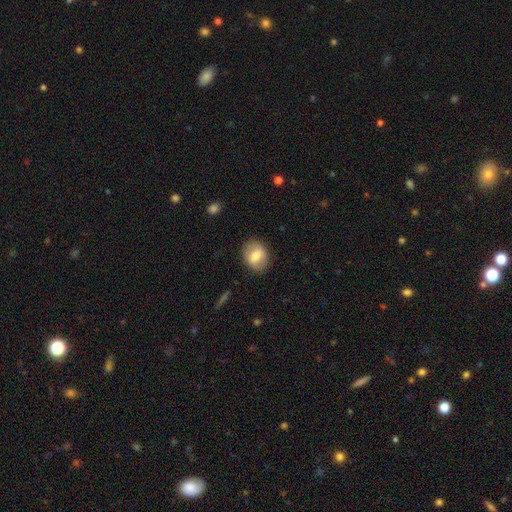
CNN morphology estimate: A smooth galaxy with no disk features (65%) that is in between round and cigar-shaped (55%).

Vote fractions:
- Smooth or featured? smooth: 65% / featured or disk: 27% / star or artifact: 7%
- How rounded? in between: 55% / round: 44% / cigar-shaped: 1%
- Merging? none: 85% / minor disturbance: 11% / major disturbance: 3% / merger: 1%